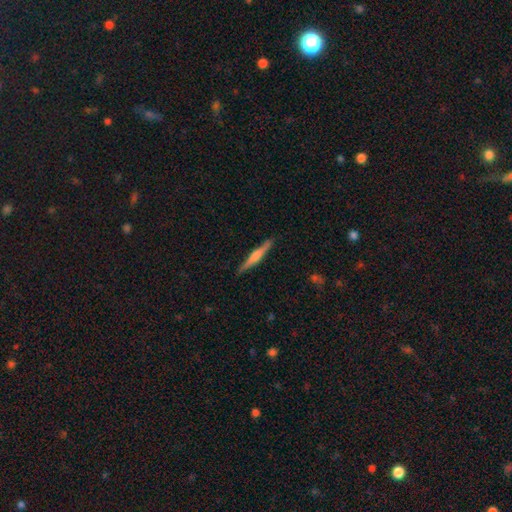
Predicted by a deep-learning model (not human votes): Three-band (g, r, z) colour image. It shows a featured or disk galaxy (64%) viewed edge-on (98%) with a rounded central bulge (64%). Merging: none (90%).